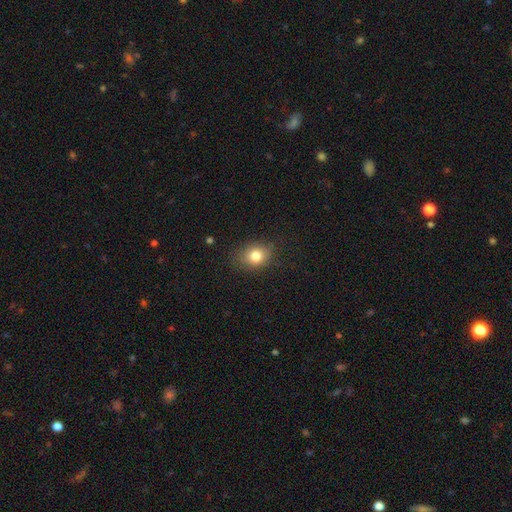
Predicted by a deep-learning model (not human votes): Smooth or featured? Predicted: smooth (p=0.81). How rounded? Predicted: round (p=0.53). Merging? Predicted: none (p=0.79).